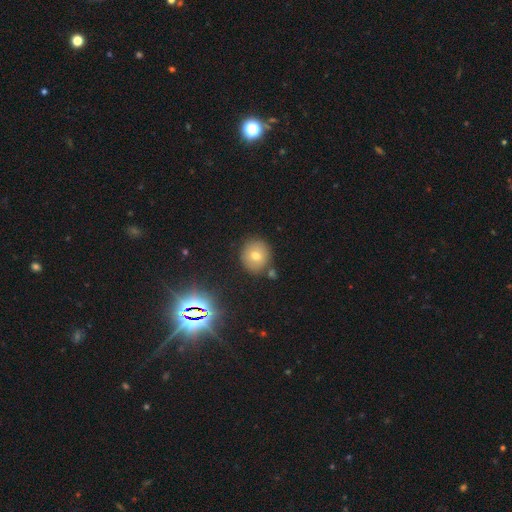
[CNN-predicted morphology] Smooth or featured? Predicted: smooth (p=0.70). How rounded? Predicted: round (p=0.89). Merging? Predicted: none (p=0.82).